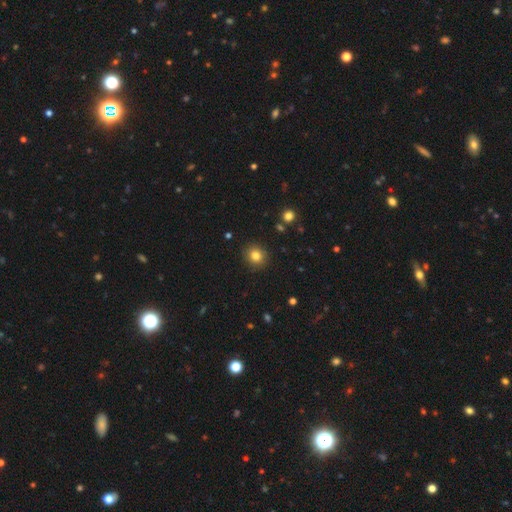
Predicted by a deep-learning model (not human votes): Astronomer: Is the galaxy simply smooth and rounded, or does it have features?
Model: smooth — 82%.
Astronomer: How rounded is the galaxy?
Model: round — 85%.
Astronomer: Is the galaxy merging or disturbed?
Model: none — 90%.